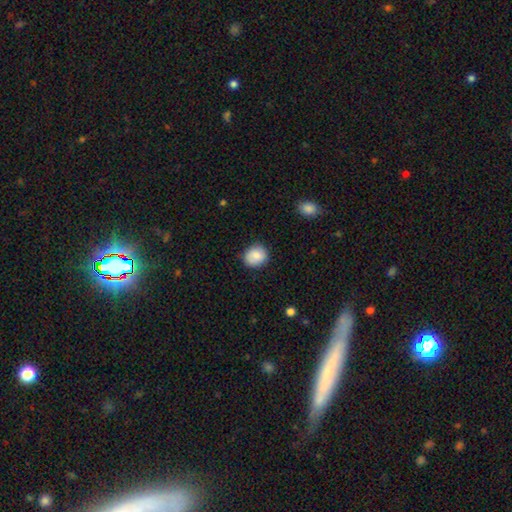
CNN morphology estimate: Overall: smooth (84%). How rounded: round (78%). Merging: none (83%).